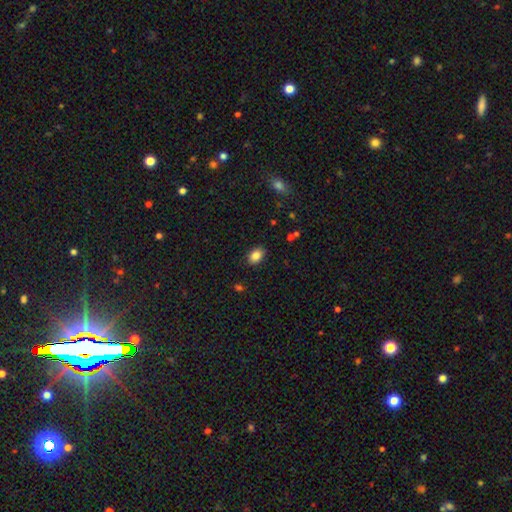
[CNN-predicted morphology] Smooth or featured? smooth (86%)
How rounded? in between (81%)
Merging? none (88%)